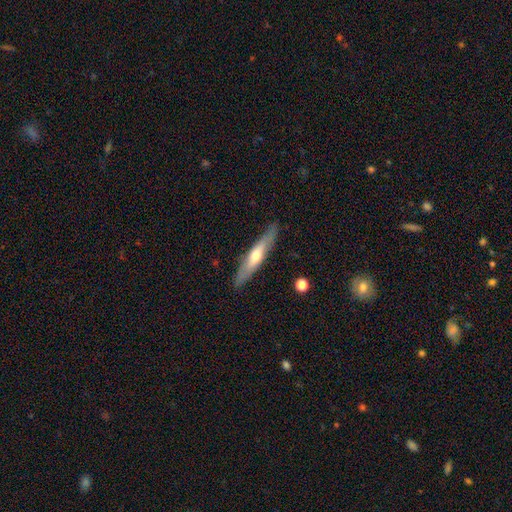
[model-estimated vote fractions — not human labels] A featured or disk galaxy (53%) viewed edge-on (86%).

Vote fractions:
- Smooth or featured? featured or disk: 53% / smooth: 42% / star or artifact: 5%
- Edge-on disk? yes: 86% / no: 14%
- Merging? none: 88% / minor disturbance: 9% / major disturbance: 2% / merger: 1%